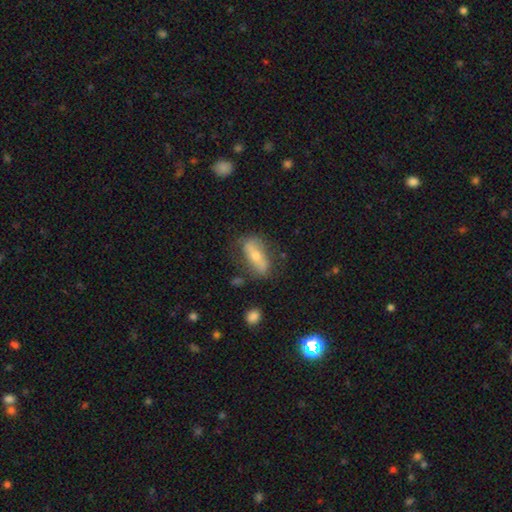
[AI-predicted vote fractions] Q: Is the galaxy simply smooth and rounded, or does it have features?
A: featured or disk — 47%.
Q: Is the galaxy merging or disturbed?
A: none — 70%.